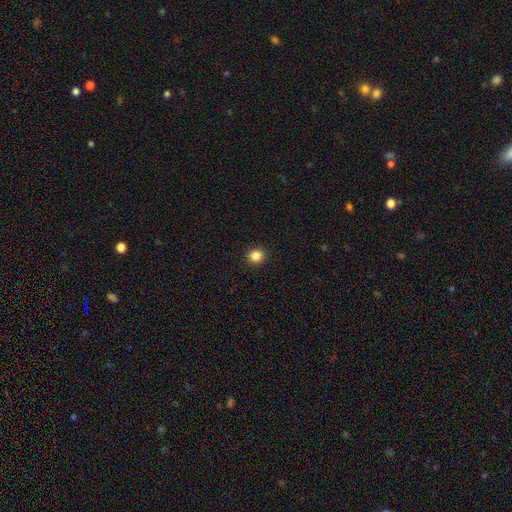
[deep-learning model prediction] The model was most divided on "smooth or featured": smooth: 85%, star or artifact: 12%, featured or disk: 3%. More confident: how rounded — round (94%); merging — none (93%).